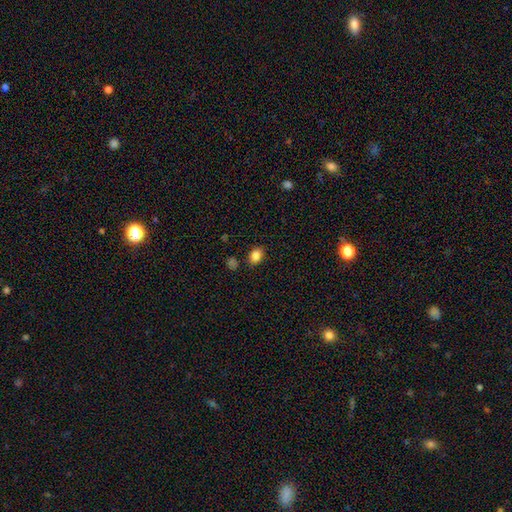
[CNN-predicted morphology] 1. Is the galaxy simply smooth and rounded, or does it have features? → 84% smooth, 10% star or artifact, 5% featured or disk.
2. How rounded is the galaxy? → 68% in between, 31% round, 1% cigar-shaped.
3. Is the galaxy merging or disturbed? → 82% none, 12% minor disturbance, 3% merger, 3% major disturbance.